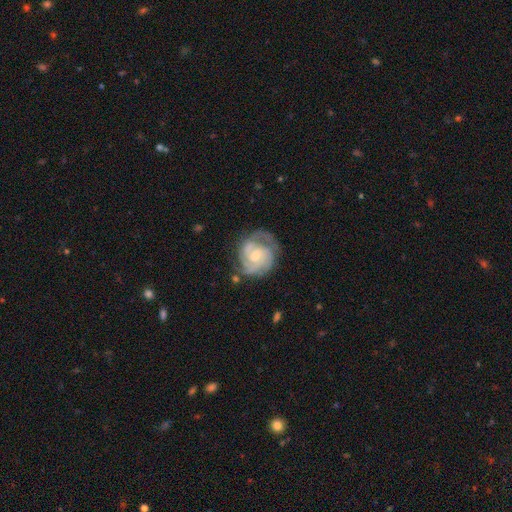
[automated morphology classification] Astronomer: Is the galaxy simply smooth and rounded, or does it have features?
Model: featured or disk — 85%.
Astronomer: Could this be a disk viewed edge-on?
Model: no — 98%.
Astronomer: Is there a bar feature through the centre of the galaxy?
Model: no — 57% (runner-up: weak, 37%).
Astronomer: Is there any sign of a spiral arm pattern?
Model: yes — 96%.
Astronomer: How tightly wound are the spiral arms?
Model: tight — 58% (runner-up: medium, 35%).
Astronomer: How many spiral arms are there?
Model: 2 — 33% (runner-up: 3, 30%).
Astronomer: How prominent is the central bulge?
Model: moderate — 48% (runner-up: small, 44%).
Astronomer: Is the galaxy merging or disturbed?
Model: none — 66%.